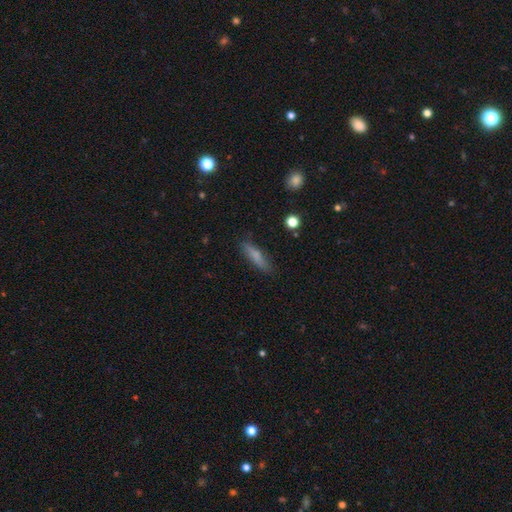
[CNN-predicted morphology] smooth 76%, featured or disk 17%, star or artifact 8%. Down the decision tree: how rounded — cigar-shaped (77%); merging — none (84%).